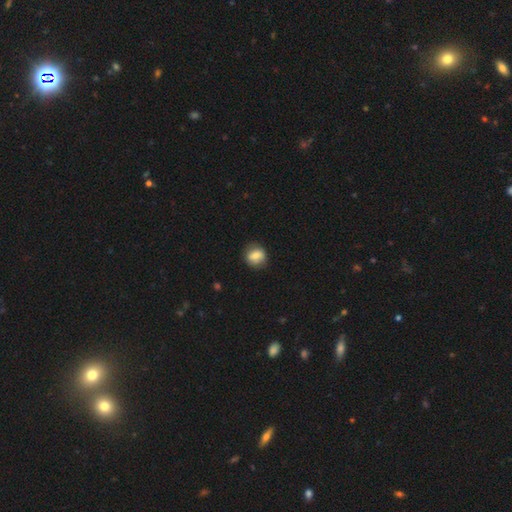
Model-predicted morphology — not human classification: Q: Smooth or featured?
A: smooth (71%); runner-up: featured or disk (21%)
Q: How rounded?
A: round (74%); runner-up: in between (25%)
Q: Merging?
A: none (82%); runner-up: minor disturbance (13%)